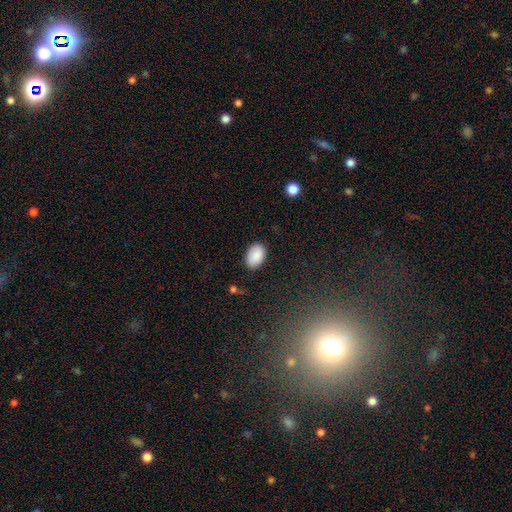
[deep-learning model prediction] smooth_or_featured: smooth (p=0.89) [alt: star or artifact p=0.07]
how_rounded: in between (p=0.89) [alt: round p=0.10]
merging: none (p=0.85) [alt: minor disturbance p=0.11]